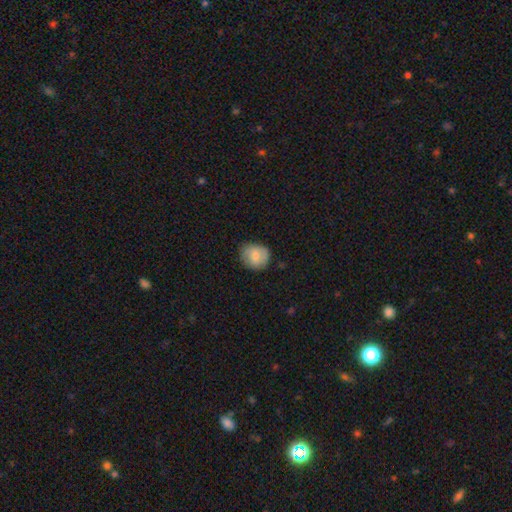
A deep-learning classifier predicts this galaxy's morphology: smooth 79%, featured or disk 14%, star or artifact 7%. Down the decision tree: how rounded — round (73%); merging — none (74%).